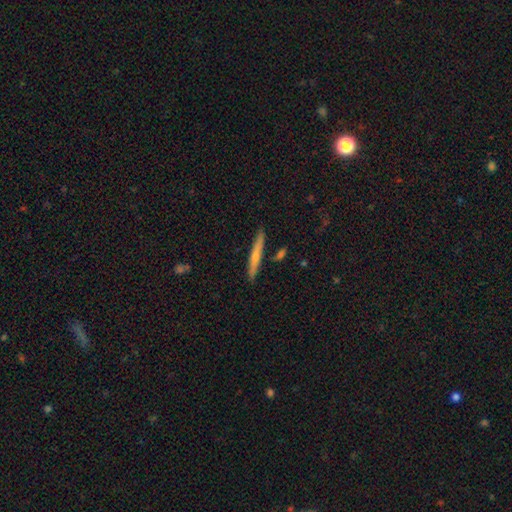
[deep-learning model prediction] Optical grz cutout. It shows a smooth galaxy with no disk features (50%). Merging: none (87%).